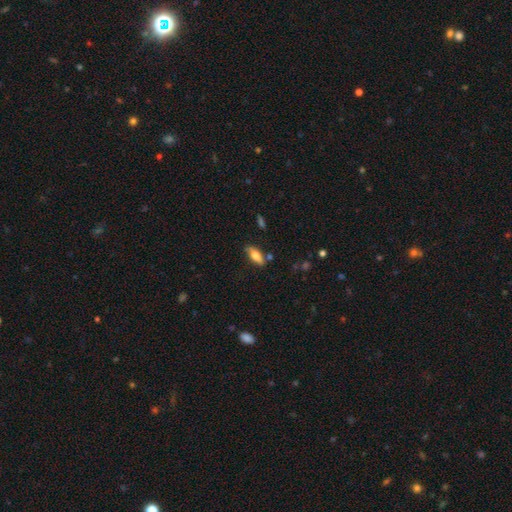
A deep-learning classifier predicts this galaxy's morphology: Smooth or featured? smooth (70%)
How rounded? in between (74%)
Merging? none (75%)